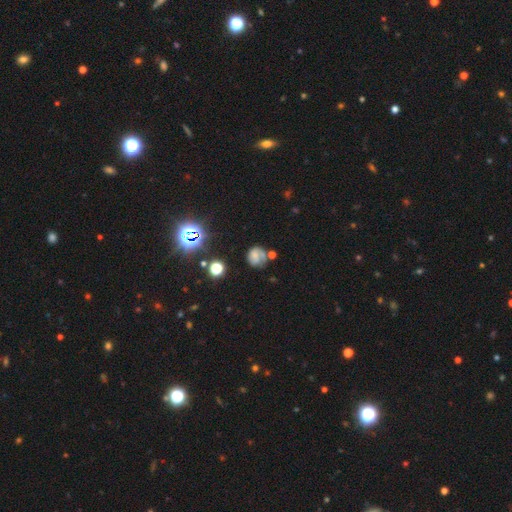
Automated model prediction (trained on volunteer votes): This appears to be a smooth galaxy with no disk features (48%). Merging: none (48%).